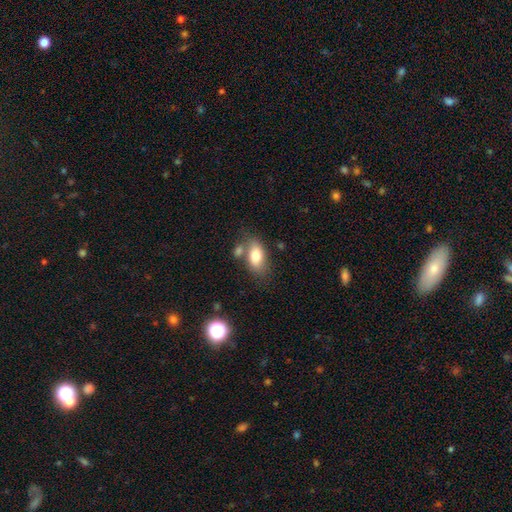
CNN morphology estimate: type=smooth (76%); roundness=in between (89%); merging=none (56%).